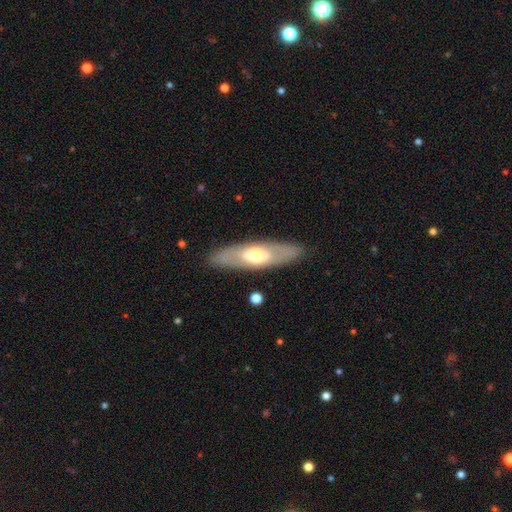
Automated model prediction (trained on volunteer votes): Smooth or featured? featured or disk (48%)
Merging? none (86%)